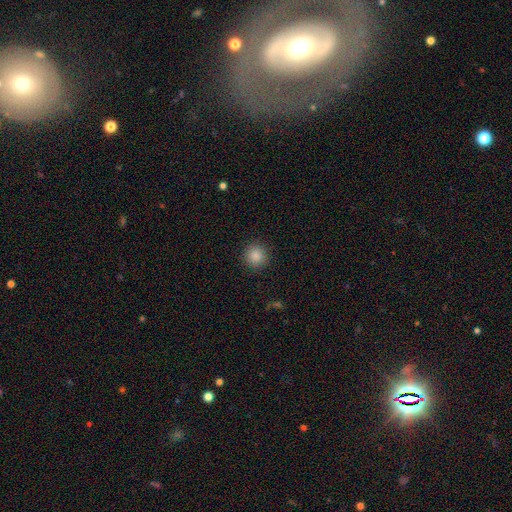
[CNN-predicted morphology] smooth_or_featured: smooth (p=0.87) [alt: star or artifact p=0.10]
how_rounded: round (p=0.94) [alt: in between p=0.05]
merging: none (p=0.91) [alt: minor disturbance p=0.06]